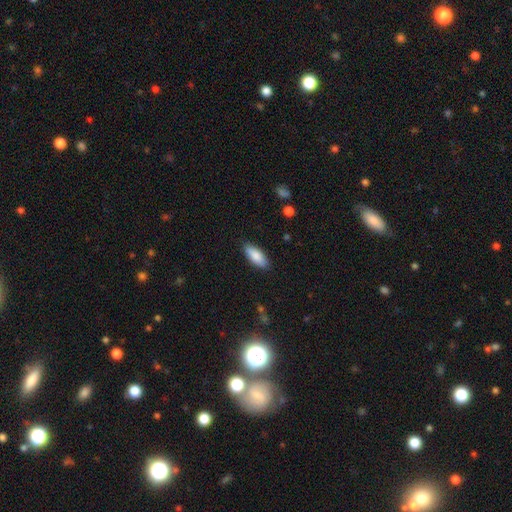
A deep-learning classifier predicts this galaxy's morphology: Q: Smooth or featured?
A: smooth (87%); runner-up: featured or disk (8%)
Q: How rounded?
A: in between (79%); runner-up: cigar-shaped (19%)
Q: Merging?
A: none (87%); runner-up: minor disturbance (10%)